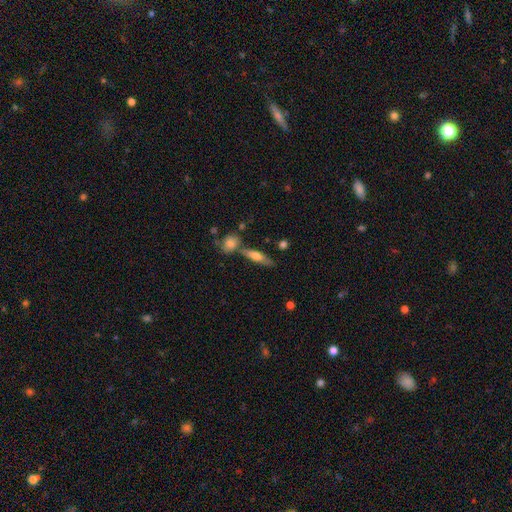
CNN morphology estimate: smooth 58%, featured or disk 35%, star or artifact 7%. Down the decision tree: how rounded — cigar-shaped (66%); merging — none (68%).